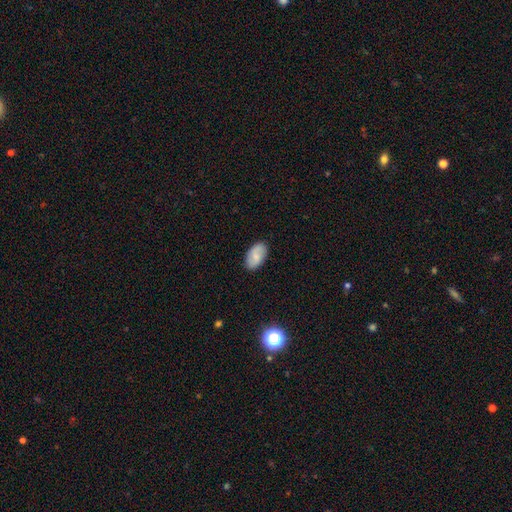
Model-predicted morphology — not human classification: This is likely a smooth galaxy (65%). How rounded: clearly in between (94%). Merging: clearly none (86%).